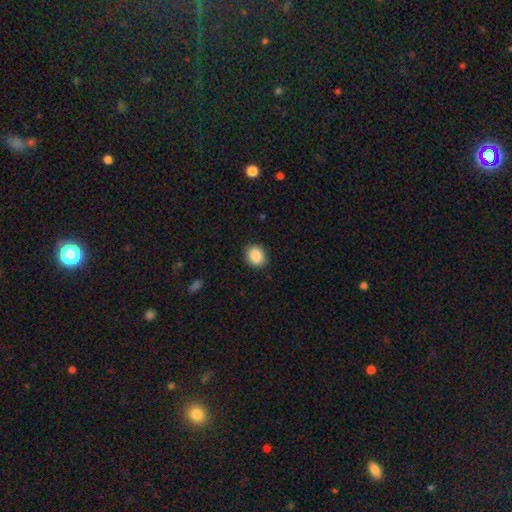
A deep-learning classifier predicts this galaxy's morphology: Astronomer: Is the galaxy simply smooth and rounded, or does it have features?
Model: smooth — 88%.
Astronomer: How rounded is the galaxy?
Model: round — 55% (runner-up: in between, 44%).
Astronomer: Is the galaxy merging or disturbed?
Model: none — 88%.